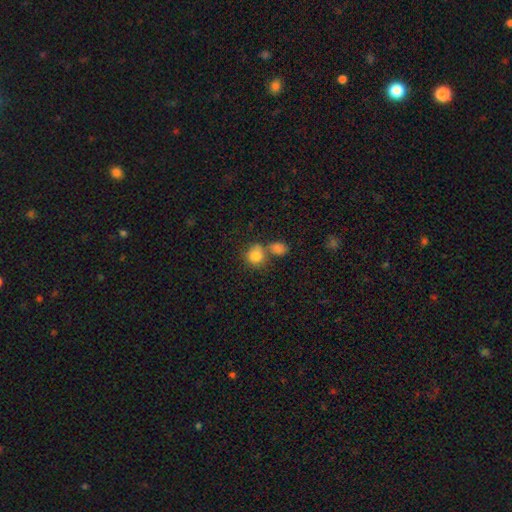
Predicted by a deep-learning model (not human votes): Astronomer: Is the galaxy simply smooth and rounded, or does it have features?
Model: smooth — 83%.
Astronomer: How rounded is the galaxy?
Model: round — 79%.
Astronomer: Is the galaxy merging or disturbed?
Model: none — 49% (runner-up: merger, 35%).